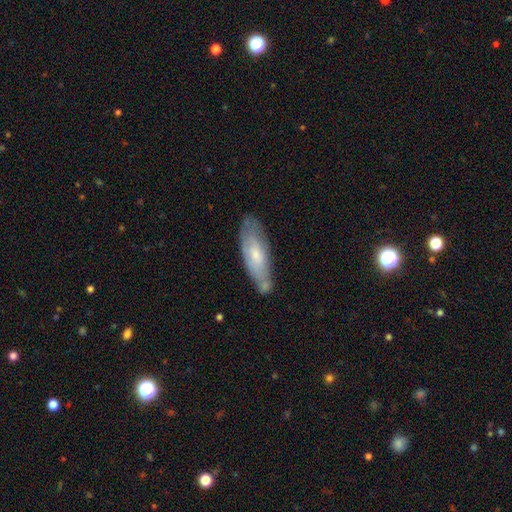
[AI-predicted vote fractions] Smooth or featured? smooth (54%)
How rounded? in between (50%)
Merging? none (59%)